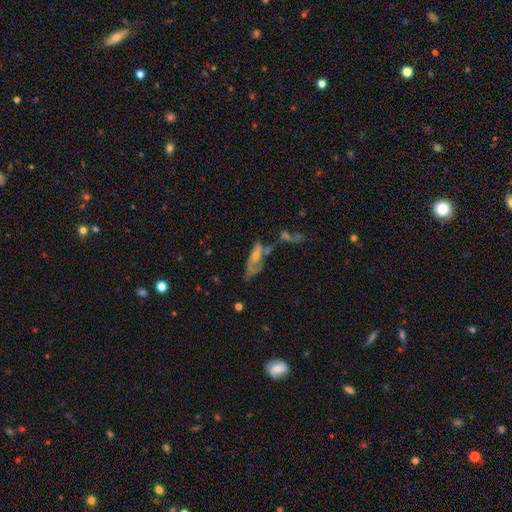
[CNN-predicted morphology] smooth-or-featured: featured or disk: 57% | smooth: 29% | star or artifact: 14%
  disk-edge-on: no: 80% | yes: 20%
  merging: none: 33% | merger: 25% | major disturbance: 22% | minor disturbance: 19%